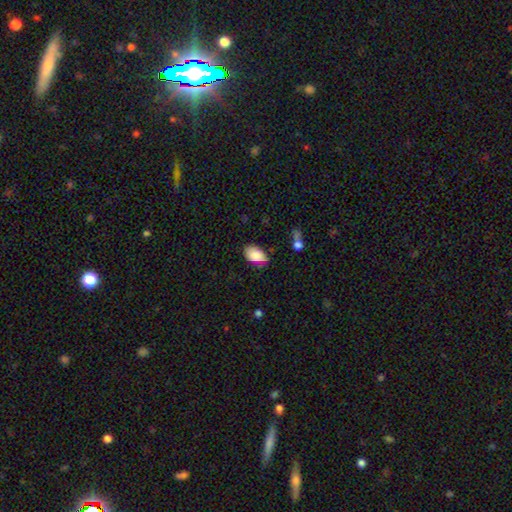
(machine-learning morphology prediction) Smooth or featured?
  - smooth: 82% *
  - featured or disk: 10%
  - star or artifact: 8%
How rounded?
  - in between: 92% *
  - round: 7%
  - cigar-shaped: 1%
Merging?
  - none: 65% *
  - minor disturbance: 26%
  - major disturbance: 6%
  - merger: 3%